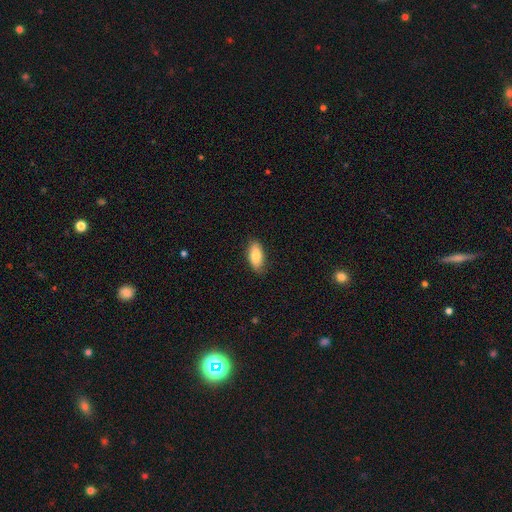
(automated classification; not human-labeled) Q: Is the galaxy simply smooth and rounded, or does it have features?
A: smooth — 84%.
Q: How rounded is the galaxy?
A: in between — 89%.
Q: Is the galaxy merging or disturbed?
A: none — 83%.